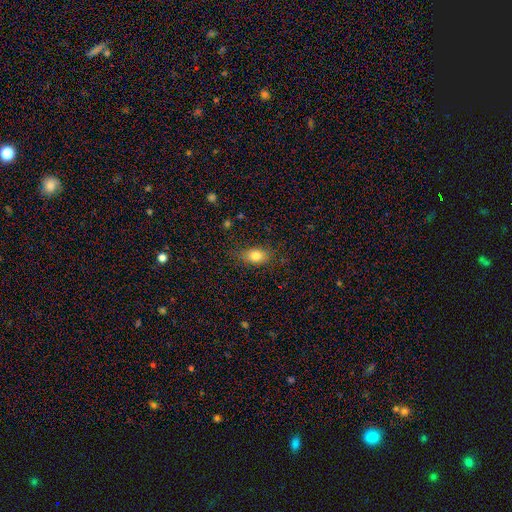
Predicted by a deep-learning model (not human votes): Smooth or featured? Predicted: smooth (p=0.81). How rounded? Predicted: in between (p=0.80). Merging? Predicted: none (p=0.78).